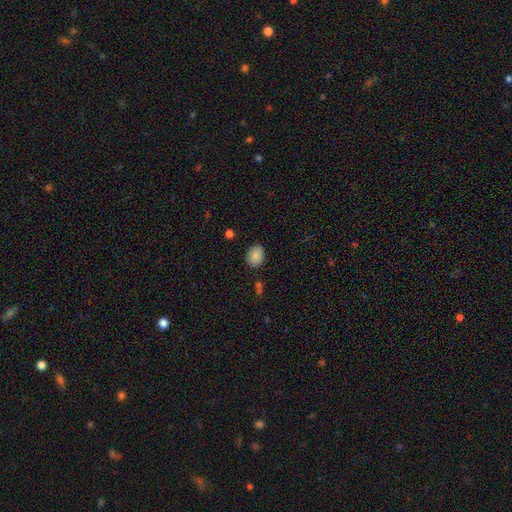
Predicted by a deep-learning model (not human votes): Smooth or featured?
  - smooth: 88% *
  - star or artifact: 8%
  - featured or disk: 4%
How rounded?
  - in between: 63% *
  - round: 36%
  - cigar-shaped: 1%
Merging?
  - none: 84% *
  - minor disturbance: 12%
  - major disturbance: 2%
  - merger: 2%